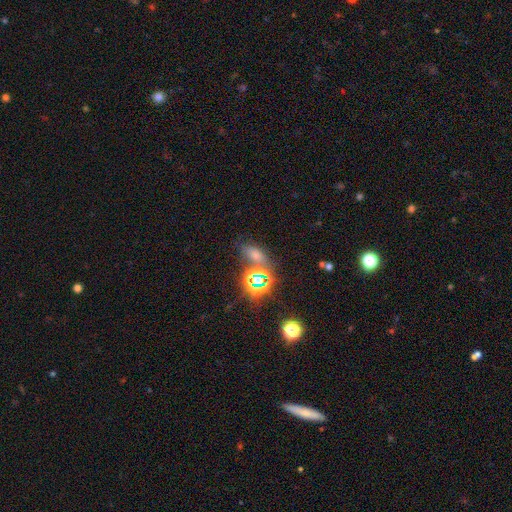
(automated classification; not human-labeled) The model was most divided on "smooth or featured": star or artifact: 52%, smooth: 35%, featured or disk: 12%.